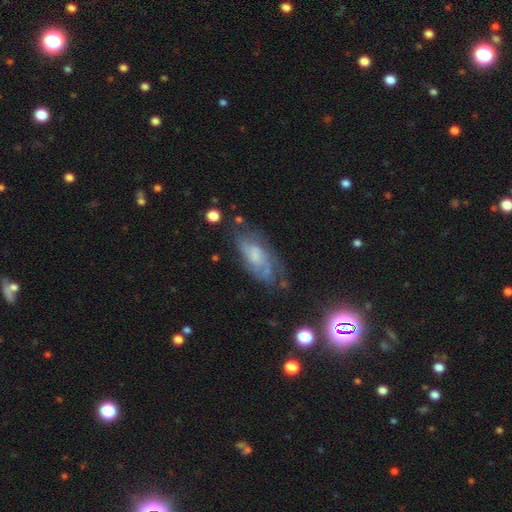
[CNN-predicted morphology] This appears to be a featured or disk galaxy (61%) with no bar (67%), spiral arms (78%) and a moderate central bulge (32%). Merging: none (59%).